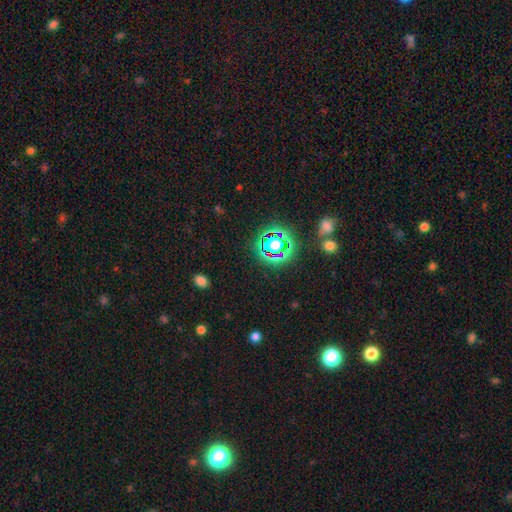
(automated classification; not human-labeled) Smooth or featured: star or artifact — 70% (smooth — 23%)